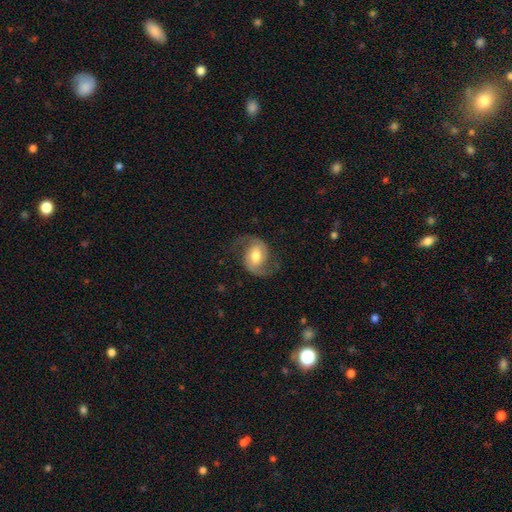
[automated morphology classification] Smooth or featured?
  - featured or disk: 83% *
  - smooth: 12%
  - star or artifact: 6%
Edge-on disk?
  - no: 98% *
  - yes: 2%
Bar?
  - weak: 46% *
  - no: 35%
  - strong: 19%
Spiral arms?
  - yes: 96% *
  - no: 4%
Spiral winding?
  - medium: 49% *
  - loose: 39%
  - tight: 12%
Spiral arm count?
  - 2: 93% *
  - can't tell: 2%
  - 1: 2%
  - 3: 1%
  - 4: 1%
  - more than 4: 1%
Bulge size?
  - moderate: 66% *
  - large: 17%
  - small: 13%
  - dominant: 2%
  - none: 2%
Merging?
  - none: 74% *
  - minor disturbance: 15%
  - major disturbance: 10%
  - merger: 1%